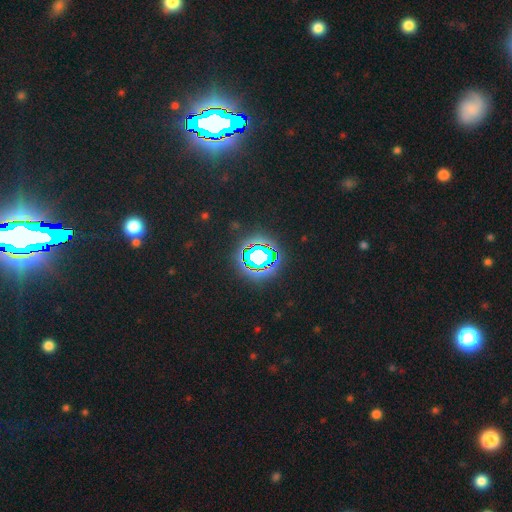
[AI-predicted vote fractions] smooth-or-featured: star or artifact: 82% | smooth: 10% | featured or disk: 8%